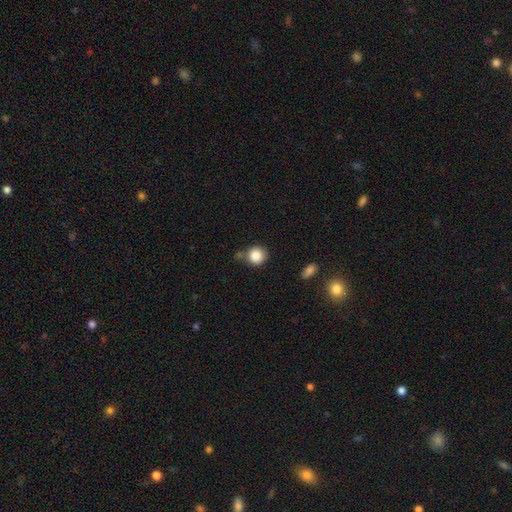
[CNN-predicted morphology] Q: Smooth or featured?
A: smooth (86%); runner-up: star or artifact (9%)
Q: How rounded?
A: round (90%); runner-up: in between (9%)
Q: Merging?
A: none (69%); runner-up: minor disturbance (18%)